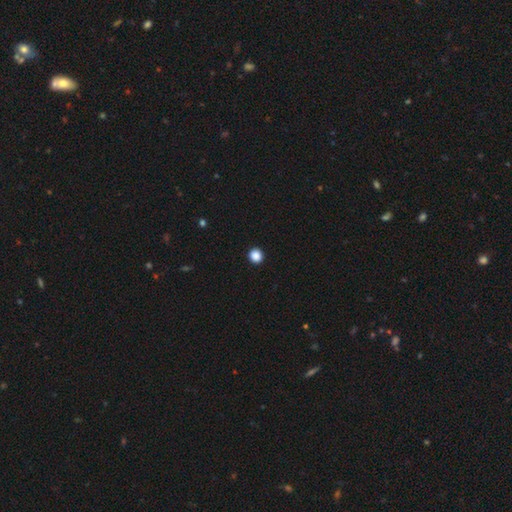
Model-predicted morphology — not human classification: A smooth galaxy with no disk features (88%) that is round (91%).

Vote fractions:
- Smooth or featured? smooth: 88% / star or artifact: 10% / featured or disk: 2%
- How rounded? round: 91% / in between: 9% / cigar-shaped: 1%
- Merging? none: 93% / minor disturbance: 4% / major disturbance: 1% / merger: 1%